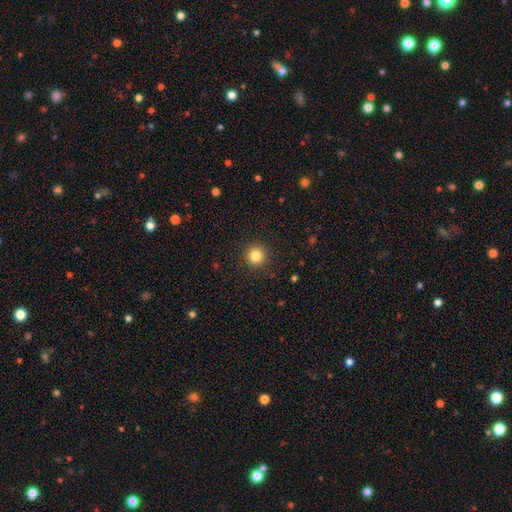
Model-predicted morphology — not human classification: A smooth galaxy with no disk features (83%) that is round (95%).

Vote fractions:
- Smooth or featured? smooth: 83% / star or artifact: 12% / featured or disk: 5%
- How rounded? round: 95% / in between: 4% / cigar-shaped: 1%
- Merging? none: 92% / minor disturbance: 5% / major disturbance: 2% / merger: 1%